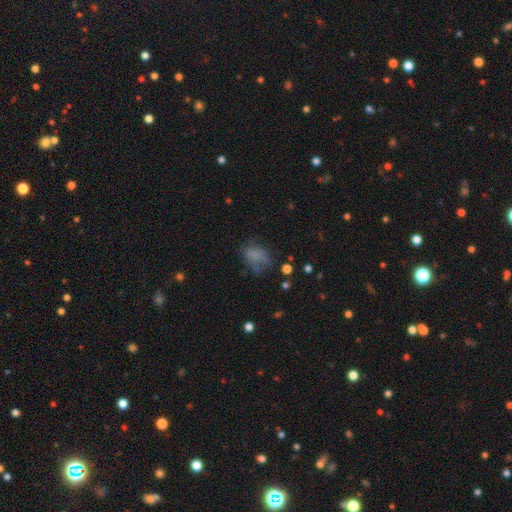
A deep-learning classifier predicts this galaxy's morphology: Smooth or featured? Predicted: smooth (p=0.67). How rounded? Predicted: in between (p=0.79). Merging? Predicted: none (p=0.43).